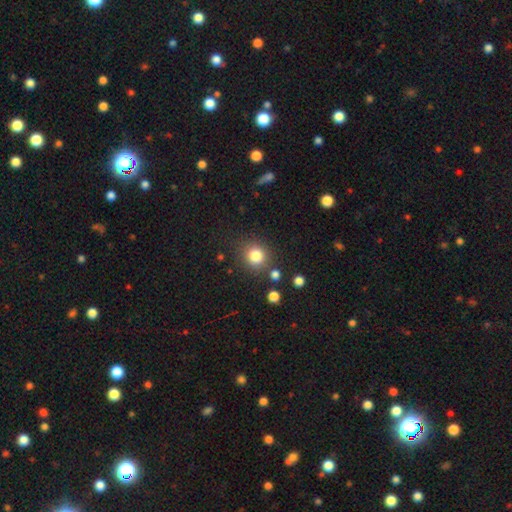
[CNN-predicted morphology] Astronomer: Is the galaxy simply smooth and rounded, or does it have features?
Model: smooth — 82%.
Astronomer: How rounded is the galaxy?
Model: round — 88%.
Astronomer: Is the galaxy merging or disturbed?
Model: none — 82%.